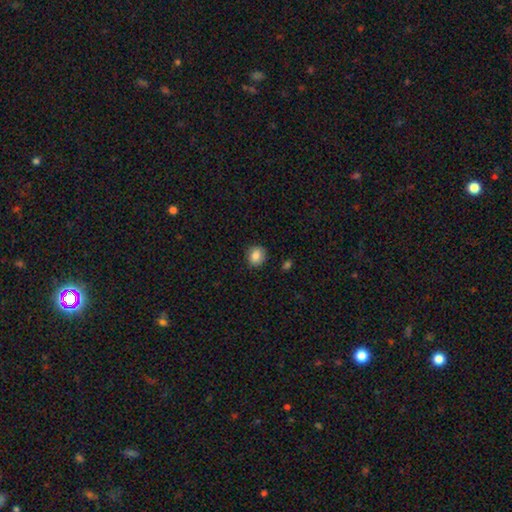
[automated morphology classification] Overall: smooth (82%). How rounded: round (76%). Merging: none (85%).